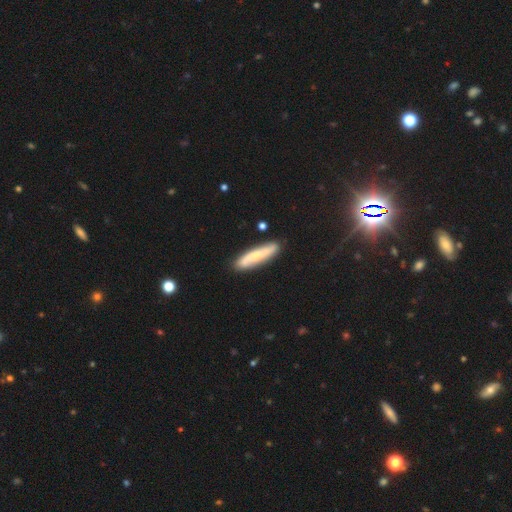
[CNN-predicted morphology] Smooth or featured? smooth (47%, tied with featured or disk)
Merging? none (86%)